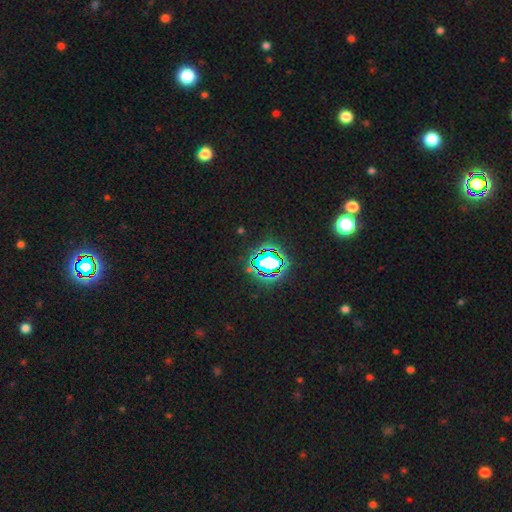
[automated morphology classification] A star or artifact, not a galaxy (78%).

Vote fractions:
- Smooth or featured? star or artifact: 78% / smooth: 14% / featured or disk: 8%